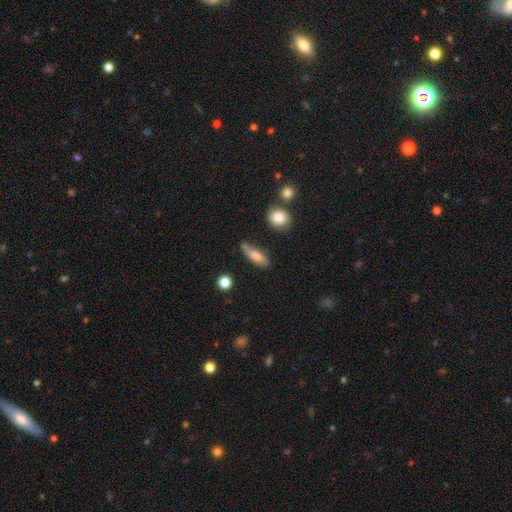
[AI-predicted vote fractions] Smooth or featured? Predicted: smooth (p=0.74). How rounded? Predicted: in between (p=0.51). Merging? Predicted: none (p=0.60).